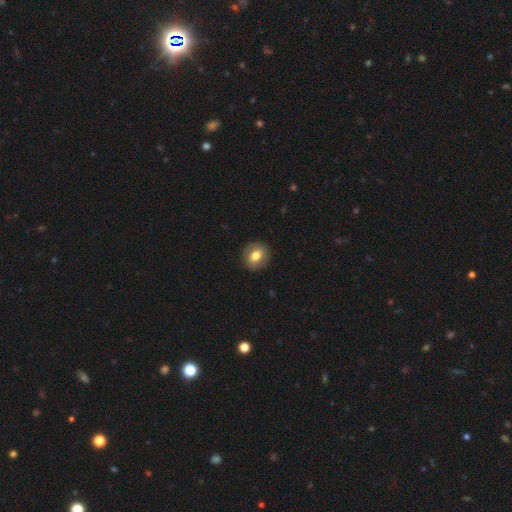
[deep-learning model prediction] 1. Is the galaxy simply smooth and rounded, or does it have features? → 73% smooth, 19% featured or disk, 8% star or artifact.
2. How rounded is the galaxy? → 73% round, 26% in between, 1% cigar-shaped.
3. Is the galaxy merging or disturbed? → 89% none, 8% minor disturbance, 2% major disturbance, 1% merger.